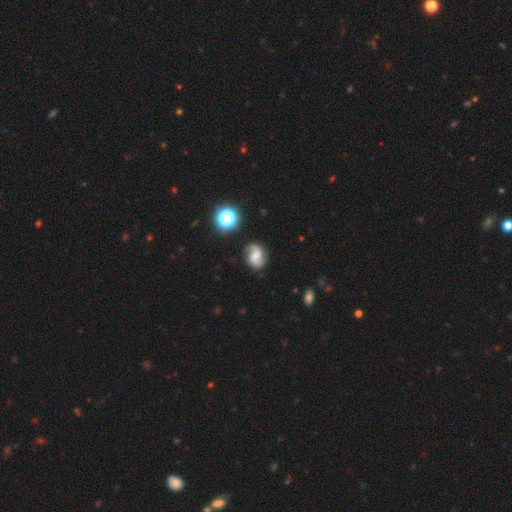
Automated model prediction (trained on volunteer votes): featured or disk 71%, smooth 19%, star or artifact 9%. Down the decision tree: edge-on disk — no (98%); bar — weak (47%); spiral arms — yes (95%); spiral arm count — 2 (89%); spiral winding — loose (45%); bulge size — moderate (45%); merging — none (80%).